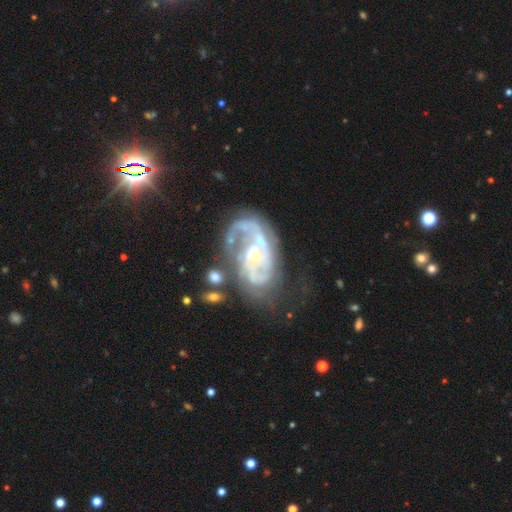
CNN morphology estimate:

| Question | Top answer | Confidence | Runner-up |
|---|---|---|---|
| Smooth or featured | featured or disk | 88% | smooth (6%) |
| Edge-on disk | no | 97% | yes (3%) |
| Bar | no | 63% | weak (28%) |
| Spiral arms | yes | 93% | no (7%) |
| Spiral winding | tight | 46% | medium (39%) |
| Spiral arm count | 2 | 46% | can't tell (21%) |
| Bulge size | small | 75% | moderate (20%) |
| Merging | none | 40% | major disturbance (29%) |